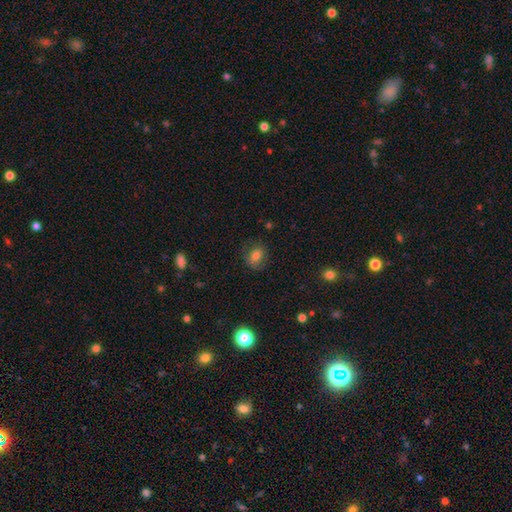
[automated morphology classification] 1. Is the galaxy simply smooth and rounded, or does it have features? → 76% smooth, 12% featured or disk, 12% star or artifact.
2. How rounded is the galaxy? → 54% in between, 45% round, 1% cigar-shaped.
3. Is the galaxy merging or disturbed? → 73% none, 18% minor disturbance, 7% major disturbance, 1% merger.